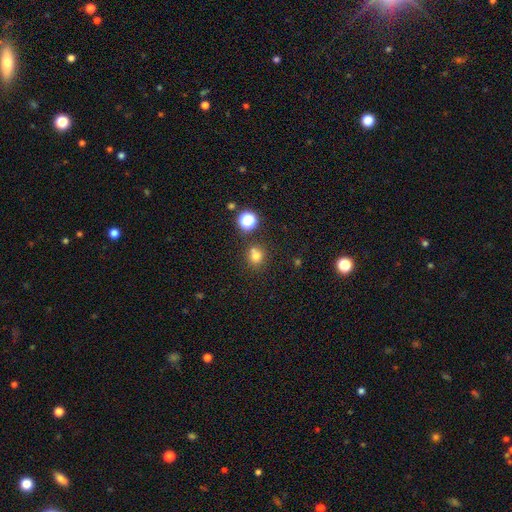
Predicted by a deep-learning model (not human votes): Smooth or featured? smooth (72%)
How rounded? round (80%)
Merging? none (63%)